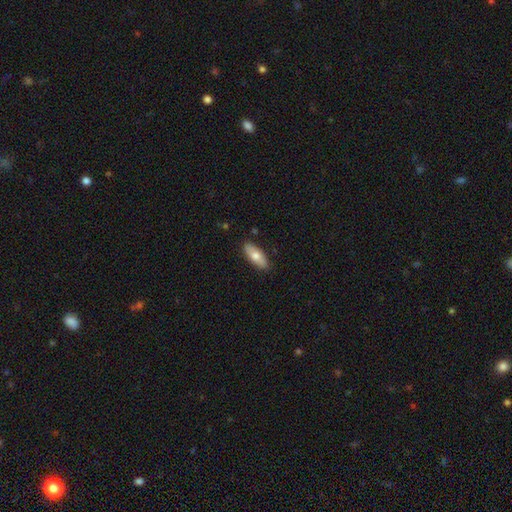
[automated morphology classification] Q: Smooth or featured?
A: smooth (72%); runner-up: featured or disk (22%)
Q: How rounded?
A: in between (78%); runner-up: cigar-shaped (19%)
Q: Merging?
A: none (87%); runner-up: minor disturbance (10%)